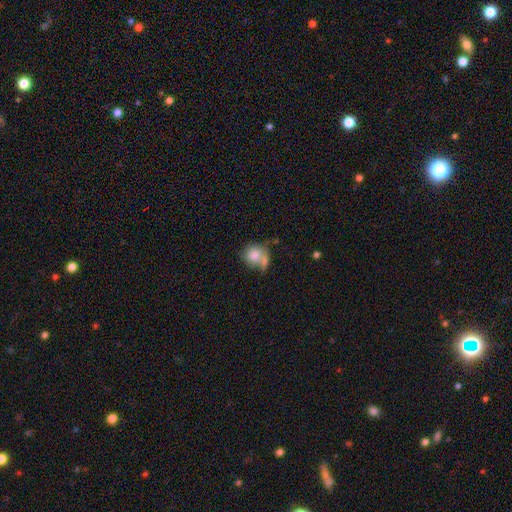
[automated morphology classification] Overall: smooth (79%). How rounded: round (73%). Merging: none (38%; merger 37%).